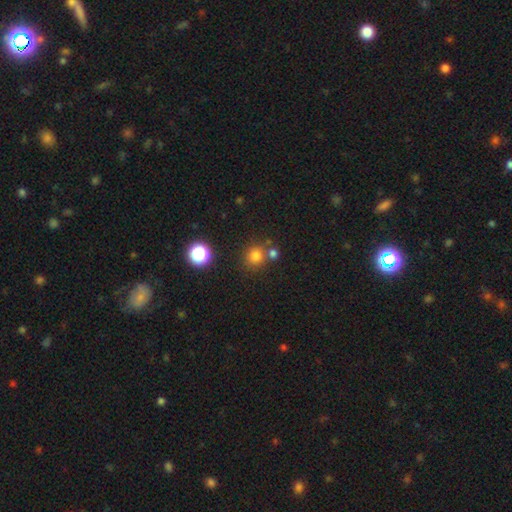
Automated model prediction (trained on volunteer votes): A smooth galaxy with no disk features (77%) that is round (88%). Merging: none (70%).